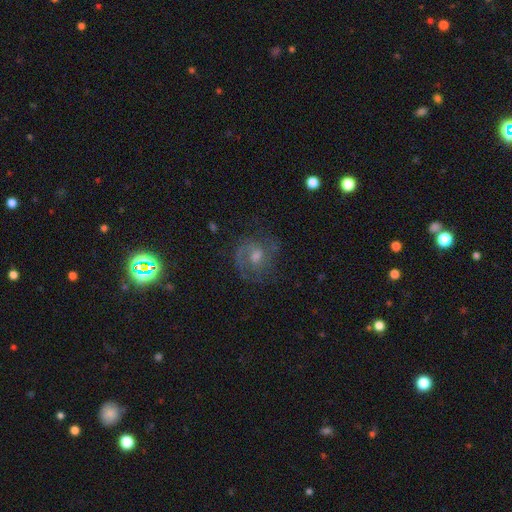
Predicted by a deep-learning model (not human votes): Overall: featured or disk (70%). Edge-on disk: no (97%). Bar: no (56%; weak 37%). Spiral arms: yes (92%). Spiral arm count: 2 (57%; can't tell 19%). Spiral winding: medium (47%; tight 39%). Bulge size: moderate (57%; small 30%). Merging: none (71%).